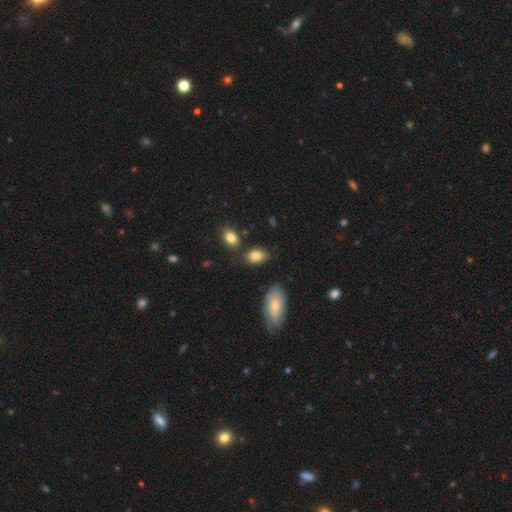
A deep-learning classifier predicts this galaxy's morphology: Smooth or featured?
  - smooth: 83% *
  - featured or disk: 8%
  - star or artifact: 8%
How rounded?
  - in between: 88% *
  - round: 11%
  - cigar-shaped: 2%
Merging?
  - none: 75% *
  - minor disturbance: 14%
  - merger: 7%
  - major disturbance: 4%